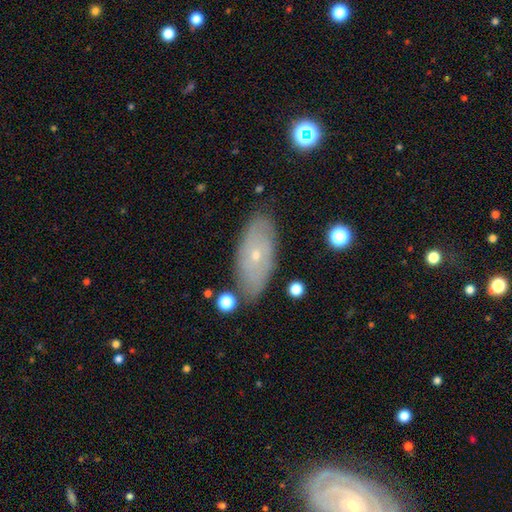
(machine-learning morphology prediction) Smooth or featured?
  - featured or disk: 55% *
  - smooth: 37%
  - star or artifact: 9%
Edge-on disk?
  - no: 83% *
  - yes: 17%
Merging?
  - none: 81% *
  - minor disturbance: 14%
  - major disturbance: 3%
  - merger: 2%